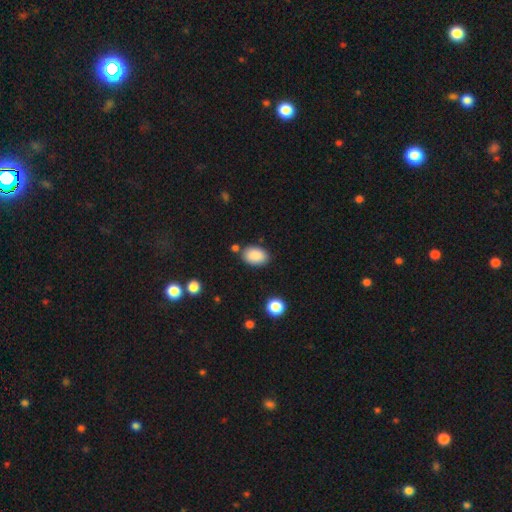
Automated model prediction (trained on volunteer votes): This appears to be a smooth galaxy with no disk features (89%) that is in between round and cigar-shaped (87%). Merging: none (80%).